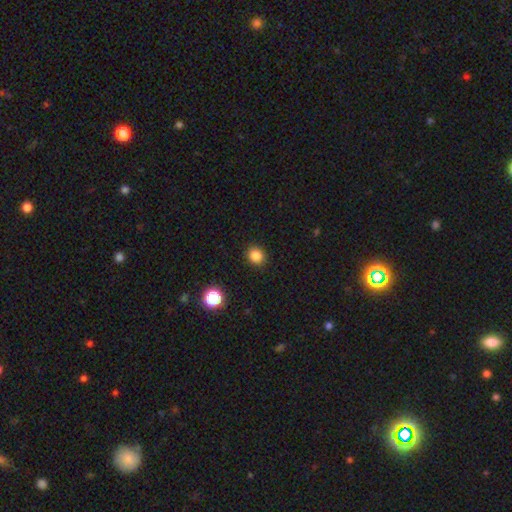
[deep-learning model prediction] Q: Smooth or featured?
A: smooth (84%); runner-up: star or artifact (12%)
Q: How rounded?
A: round (77%); runner-up: in between (22%)
Q: Merging?
A: none (91%); runner-up: minor disturbance (6%)